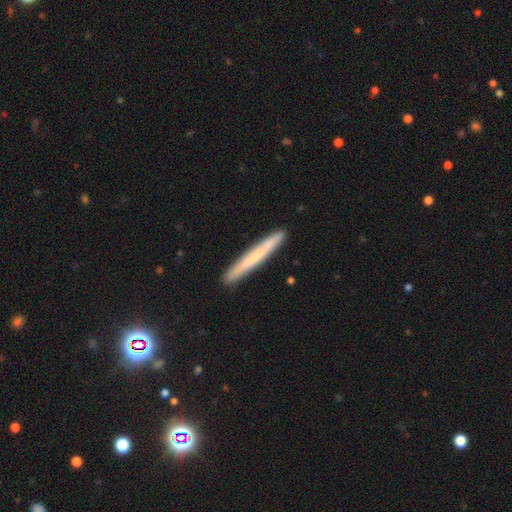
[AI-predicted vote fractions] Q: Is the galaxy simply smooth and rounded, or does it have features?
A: smooth — 60%.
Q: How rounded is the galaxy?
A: cigar-shaped — 97%.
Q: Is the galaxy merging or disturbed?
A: none — 91%.